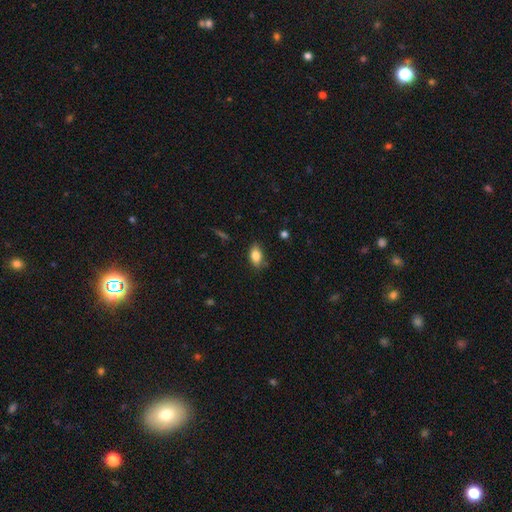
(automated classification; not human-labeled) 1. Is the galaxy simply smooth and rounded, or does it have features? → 81% smooth, 11% featured or disk, 8% star or artifact.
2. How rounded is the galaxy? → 87% in between, 8% round, 5% cigar-shaped.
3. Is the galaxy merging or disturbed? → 77% none, 18% minor disturbance, 3% major disturbance, 2% merger.